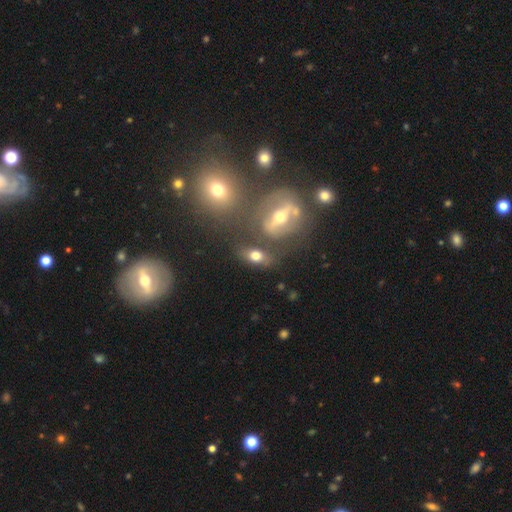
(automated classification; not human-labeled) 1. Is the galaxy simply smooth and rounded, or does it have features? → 60% smooth, 29% featured or disk, 11% star or artifact.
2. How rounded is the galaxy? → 77% in between, 17% round, 6% cigar-shaped.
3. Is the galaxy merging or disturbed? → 63% none, 15% merger, 15% minor disturbance, 6% major disturbance.